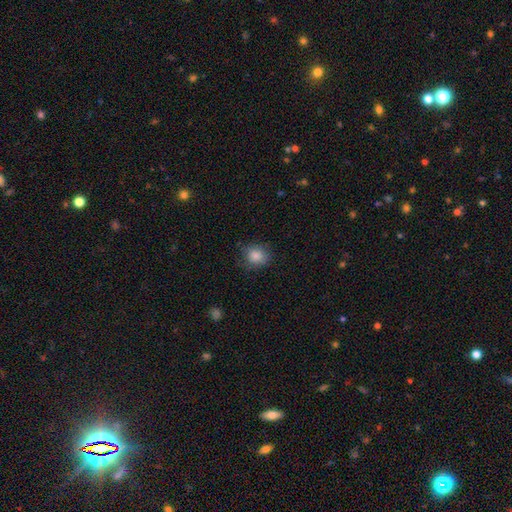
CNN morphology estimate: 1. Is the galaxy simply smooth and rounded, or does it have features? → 85% smooth, 9% star or artifact, 6% featured or disk.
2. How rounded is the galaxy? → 71% round, 28% in between, 1% cigar-shaped.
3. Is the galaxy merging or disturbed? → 77% none, 17% minor disturbance, 4% major disturbance, 1% merger.